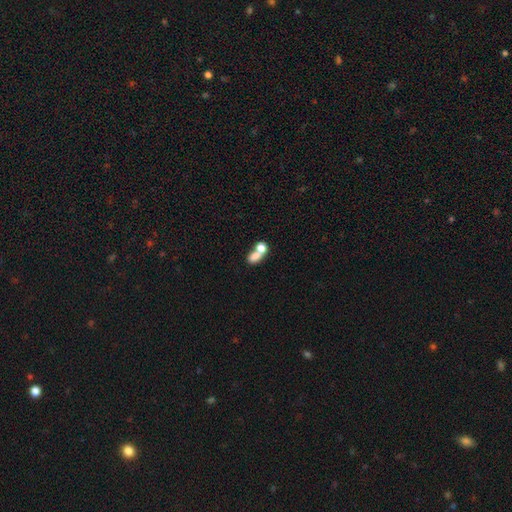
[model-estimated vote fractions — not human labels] This appears to be a smooth galaxy with no disk features (73%) that is in between round and cigar-shaped (68%). Merging: merger (63%).